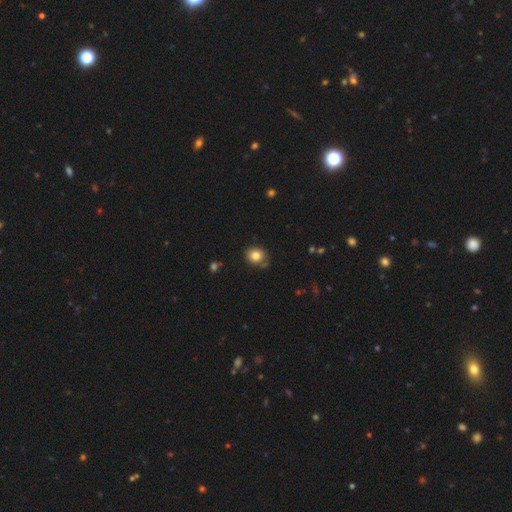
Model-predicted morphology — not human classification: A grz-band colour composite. It shows a smooth galaxy with no disk features (82%) that is round (69%). Merging: none (80%).